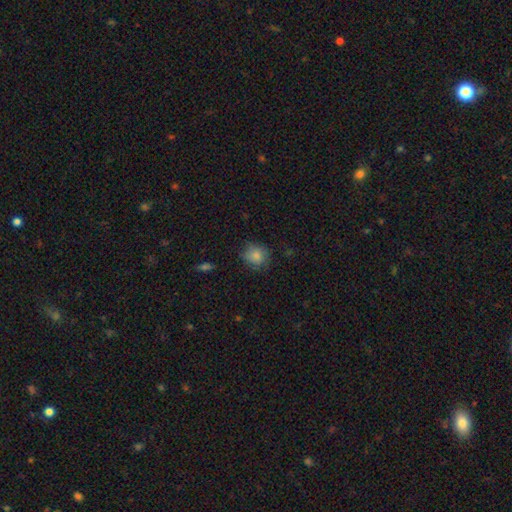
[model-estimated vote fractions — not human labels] This appears to be a smooth galaxy with no disk features (83%) that is round (83%). Merging: none (73%).